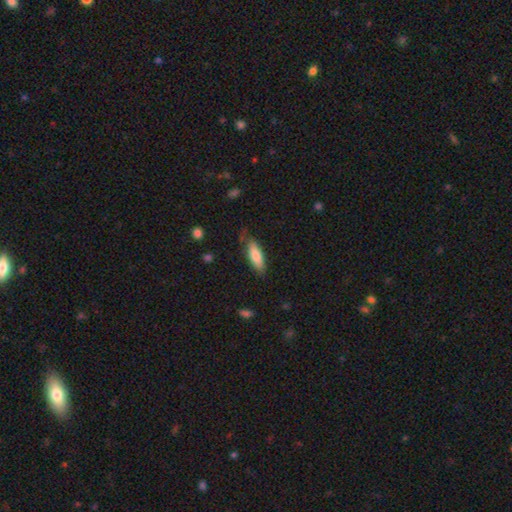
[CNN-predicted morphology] Smooth or featured? smooth (80%)
How rounded? in between (55%)
Merging? none (71%)